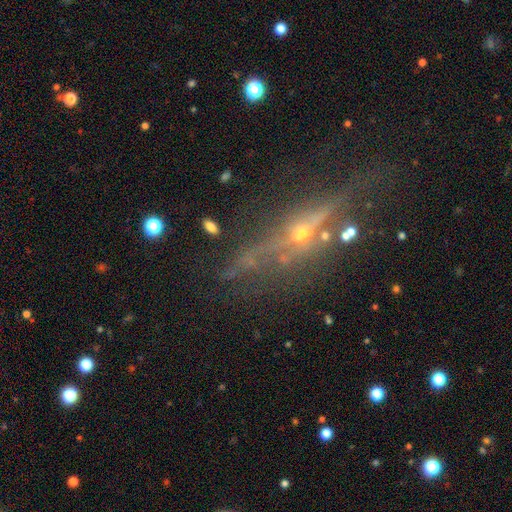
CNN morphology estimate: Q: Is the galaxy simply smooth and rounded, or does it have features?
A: featured or disk — 66%.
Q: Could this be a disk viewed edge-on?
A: yes — 84%.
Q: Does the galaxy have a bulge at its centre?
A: rounded — 89%.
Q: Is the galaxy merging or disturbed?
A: none — 70%.